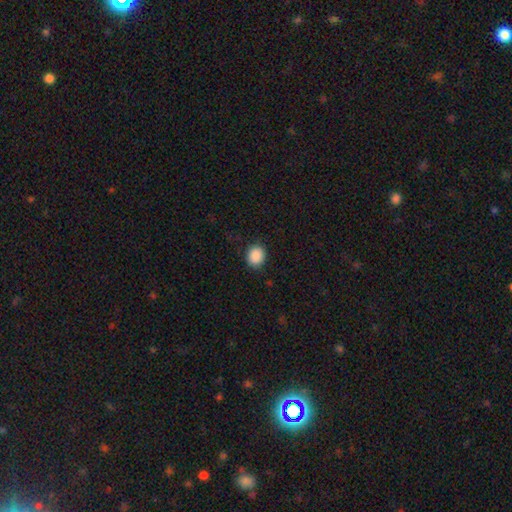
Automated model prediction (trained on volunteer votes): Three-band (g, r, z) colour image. It shows a smooth galaxy with no disk features (90%) that is round (63%). Merging: none (88%).